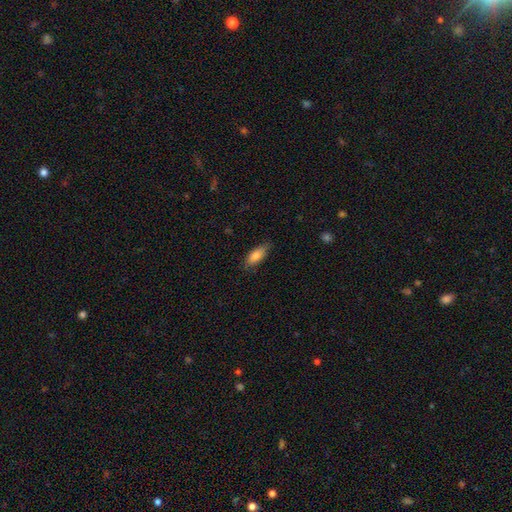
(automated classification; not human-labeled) Q: Smooth or featured?
A: smooth (84%); runner-up: featured or disk (10%)
Q: How rounded?
A: in between (79%); runner-up: cigar-shaped (19%)
Q: Merging?
A: none (80%); runner-up: minor disturbance (16%)